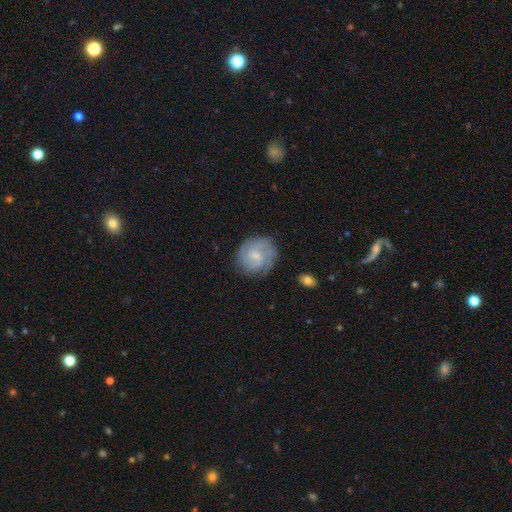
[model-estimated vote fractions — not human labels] smooth-or-featured: featured or disk: 61% | smooth: 32% | star or artifact: 7%
  disk-edge-on: no: 98% | yes: 2%
    bar: no: 56% | weak: 40% | strong: 4%
    has-spiral-arms: yes: 90% | no: 10%
      spiral-winding: tight: 52% | medium: 36% | loose: 11%
      spiral-arm-count: can't tell: 34% | 2: 24% | 3: 22% | 4: 9% | 1: 5% | more than 4: 5%
    bulge-size: small: 64% | moderate: 24% | none: 9% | large: 1% | dominant: 1%
  merging: none: 78% | minor disturbance: 16% | major disturbance: 5% | merger: 1%